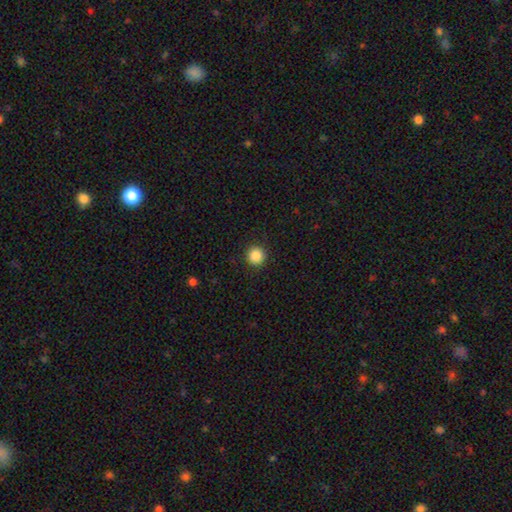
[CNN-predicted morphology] A smooth galaxy with no disk features (87%) that is round (95%).

Vote fractions:
- Smooth or featured? smooth: 87% / star or artifact: 10% / featured or disk: 3%
- How rounded? round: 95% / in between: 4% / cigar-shaped: 1%
- Merging? none: 93% / minor disturbance: 5% / major disturbance: 2% / merger: 1%